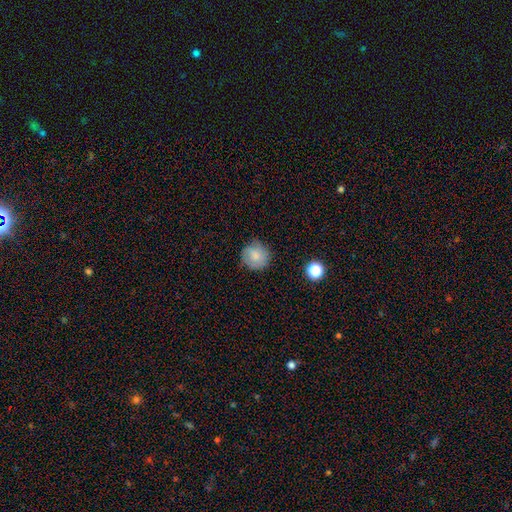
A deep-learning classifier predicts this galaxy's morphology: A smooth galaxy with no disk features (77%) that is round (91%). Merging: none (76%).